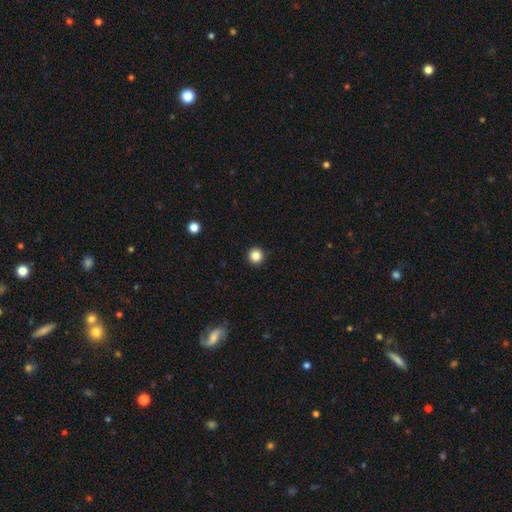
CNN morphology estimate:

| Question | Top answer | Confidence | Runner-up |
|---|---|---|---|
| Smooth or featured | smooth | 85% | star or artifact (11%) |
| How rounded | round | 96% | in between (3%) |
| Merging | none | 94% | minor disturbance (4%) |